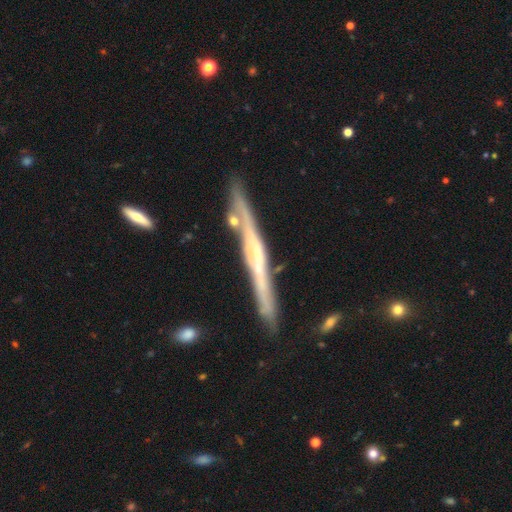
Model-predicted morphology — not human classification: The model was most divided on "edge-on bulge": none: 50%, rounded: 36%, boxy: 15%. More confident: edge-on disk — yes (96%); merging — none (84%); smooth or featured — featured or disk (75%).